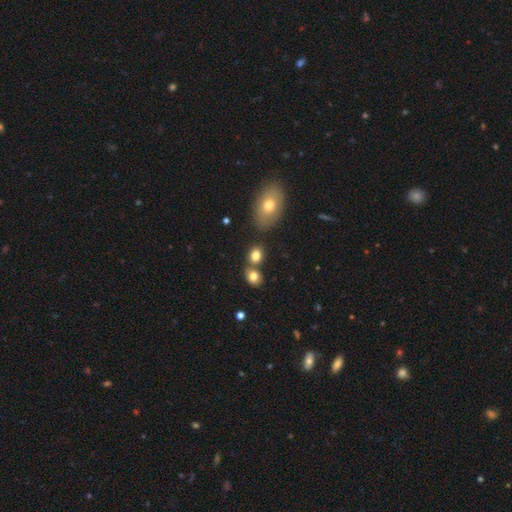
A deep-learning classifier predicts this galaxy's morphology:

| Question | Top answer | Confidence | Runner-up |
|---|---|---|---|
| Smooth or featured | smooth | 81% | star or artifact (10%) |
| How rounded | in between | 53% | round (46%) |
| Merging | none | 59% | merger (28%) |